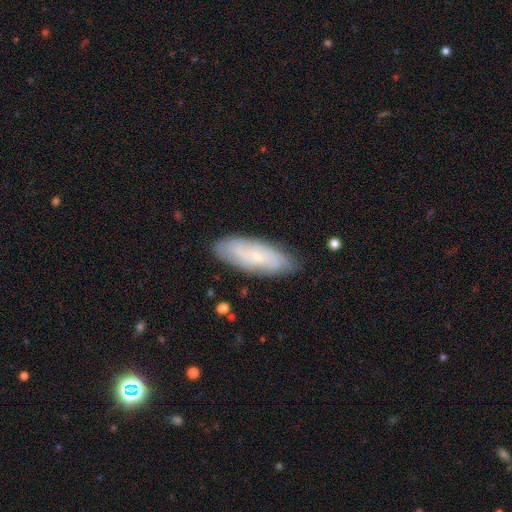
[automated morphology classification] Overall: featured or disk (52%; smooth 41%). Edge-on disk: no (84%). Merging: none (82%).